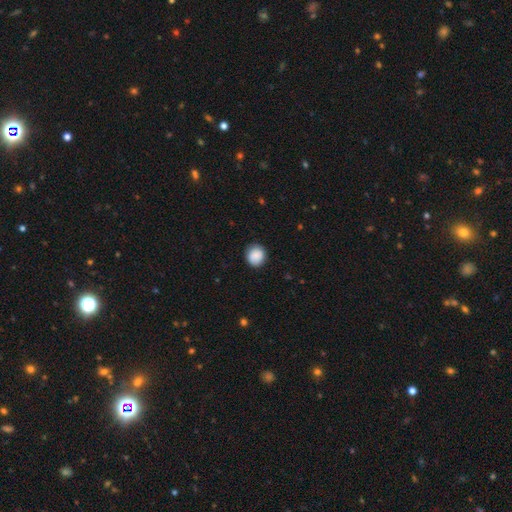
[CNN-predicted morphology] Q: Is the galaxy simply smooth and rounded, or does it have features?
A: smooth — 88%.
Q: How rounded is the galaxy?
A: round — 85%.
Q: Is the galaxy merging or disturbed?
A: none — 87%.